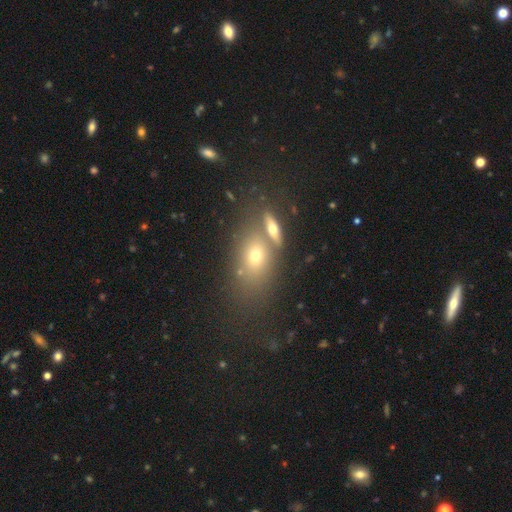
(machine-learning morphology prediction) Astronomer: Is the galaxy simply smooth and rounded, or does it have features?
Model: smooth — 63%.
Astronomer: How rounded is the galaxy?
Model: in between — 71%.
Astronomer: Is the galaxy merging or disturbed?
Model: none — 50% (runner-up: merger, 31%).